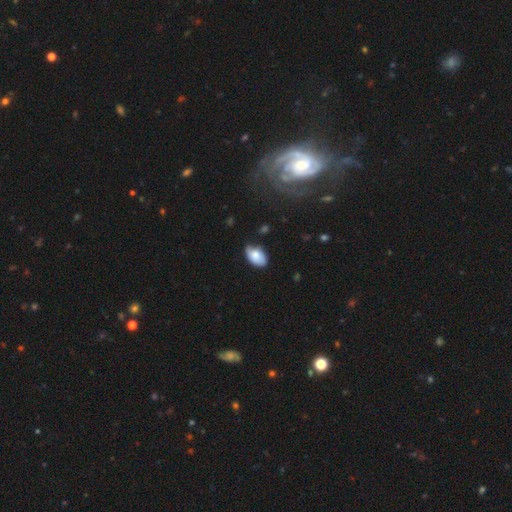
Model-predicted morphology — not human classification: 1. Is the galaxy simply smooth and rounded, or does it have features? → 79% smooth, 14% featured or disk, 7% star or artifact.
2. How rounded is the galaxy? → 91% in between, 8% round, 1% cigar-shaped.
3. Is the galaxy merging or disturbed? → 55% none, 36% minor disturbance, 7% major disturbance, 3% merger.